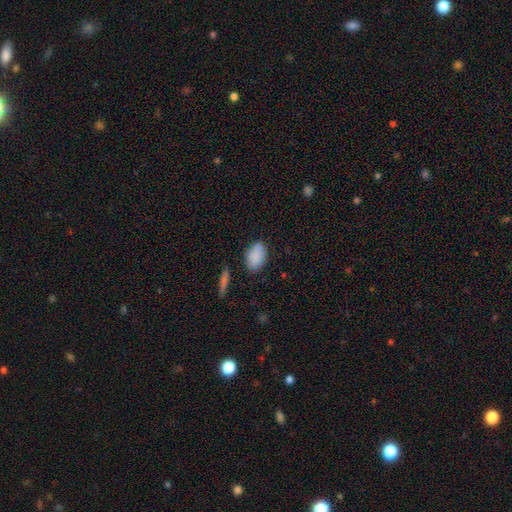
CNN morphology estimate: type=smooth (88%); roundness=in between (90%); merging=none (80%).